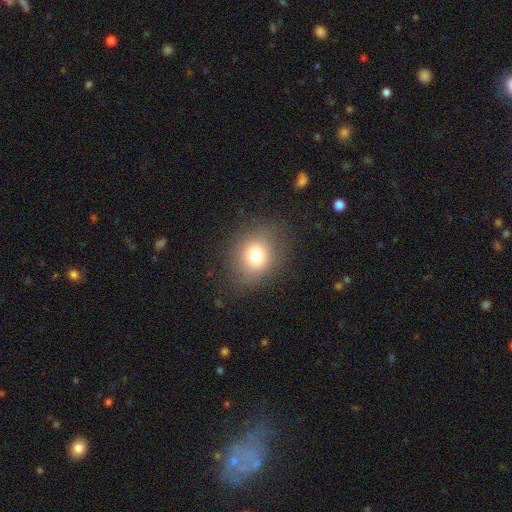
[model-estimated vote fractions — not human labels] The model was most divided on "how rounded": round: 70%, in between: 28%, cigar-shaped: 1%. More confident: merging — none (82%); smooth or featured — smooth (75%).